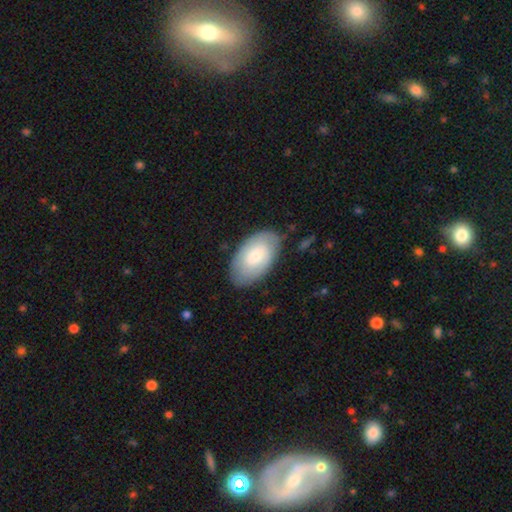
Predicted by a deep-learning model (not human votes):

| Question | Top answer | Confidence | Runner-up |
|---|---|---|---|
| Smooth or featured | smooth | 62% | featured or disk (32%) |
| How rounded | in between | 94% | round (5%) |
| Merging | none | 81% | minor disturbance (14%) |